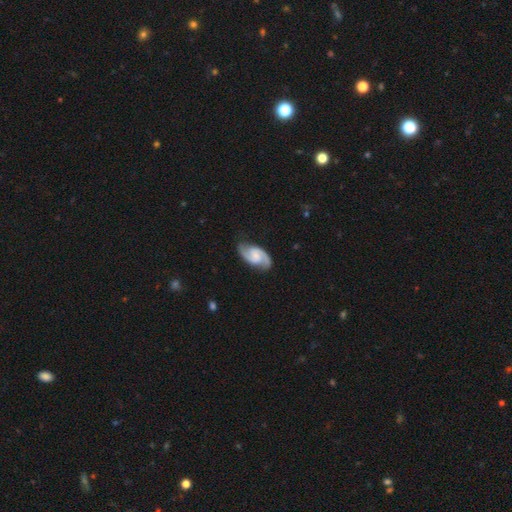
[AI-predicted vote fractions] Smooth or featured? featured or disk (86%)
Edge-on disk? no (97%)
Bar? no (47%)
Spiral arms? yes (98%)
Spiral winding? medium (54%)
Spiral arm count? 2 (93%)
Bulge size? small (42%)
Merging? none (81%)